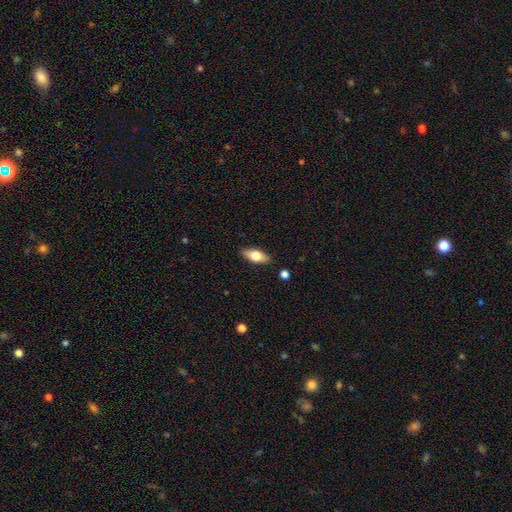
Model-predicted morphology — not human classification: smooth 71%, featured or disk 23%, star or artifact 7%. Down the decision tree: how rounded — in between (83%); merging — none (87%).